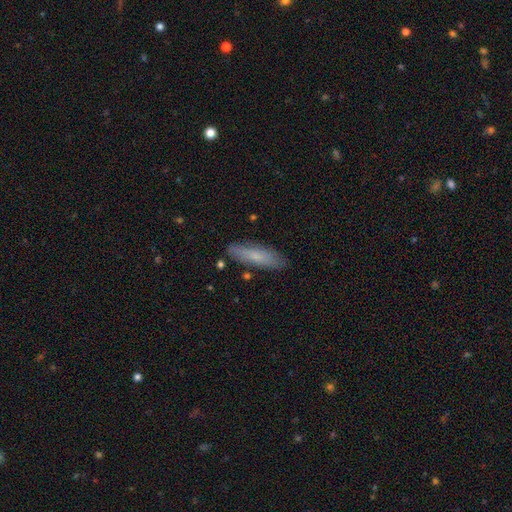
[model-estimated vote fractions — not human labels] The model was most divided on "how rounded": cigar-shaped: 69%, in between: 30%, round: 2%. More confident: merging — none (84%); smooth or featured — smooth (71%).